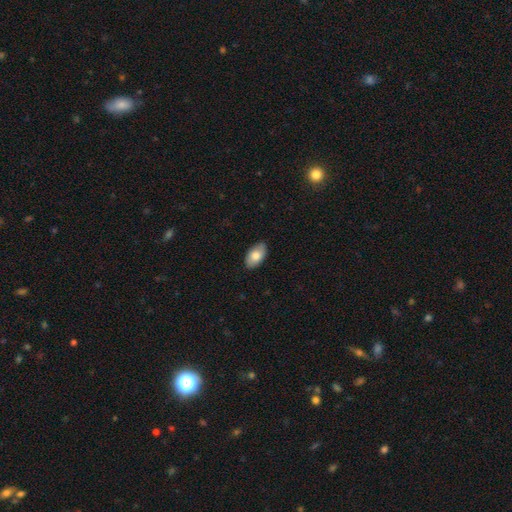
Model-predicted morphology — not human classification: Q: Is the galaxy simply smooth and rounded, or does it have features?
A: smooth — 78%.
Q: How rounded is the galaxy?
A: in between — 95%.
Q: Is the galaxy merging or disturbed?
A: none — 86%.